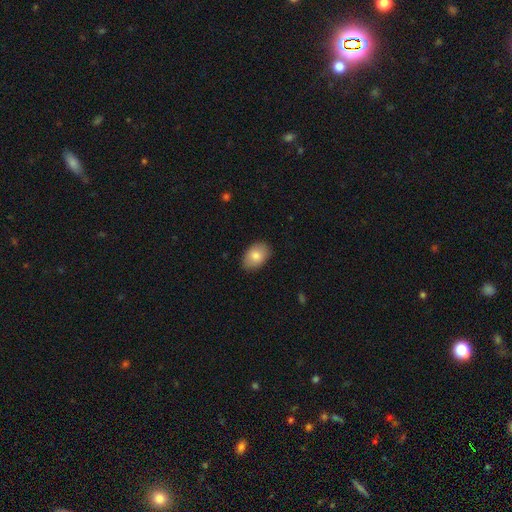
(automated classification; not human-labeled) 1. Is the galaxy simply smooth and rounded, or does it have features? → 83% smooth, 10% featured or disk, 7% star or artifact.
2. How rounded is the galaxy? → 87% in between, 12% round, 1% cigar-shaped.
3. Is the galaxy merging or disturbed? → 86% none, 11% minor disturbance, 2% major disturbance, 1% merger.